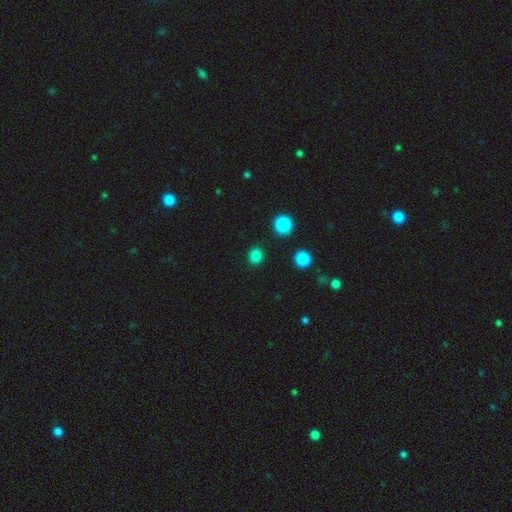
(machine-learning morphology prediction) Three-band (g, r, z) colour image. It shows a smooth galaxy with no disk features (82%) that is round (81%). Merging: none (90%).